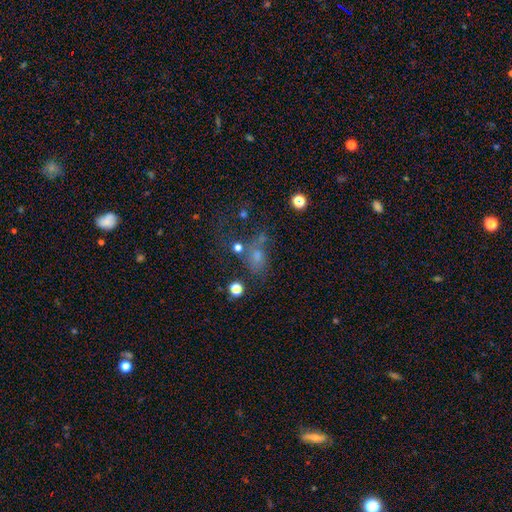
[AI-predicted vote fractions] A smooth galaxy with no disk features (51%) that is in between round and cigar-shaped (55%).

Vote fractions:
- Smooth or featured? smooth: 51% / star or artifact: 30% / featured or disk: 19%
- How rounded? in between: 55% / round: 41% / cigar-shaped: 4%
- Merging? none: 43% / major disturbance: 21% / merger: 20% / minor disturbance: 17%